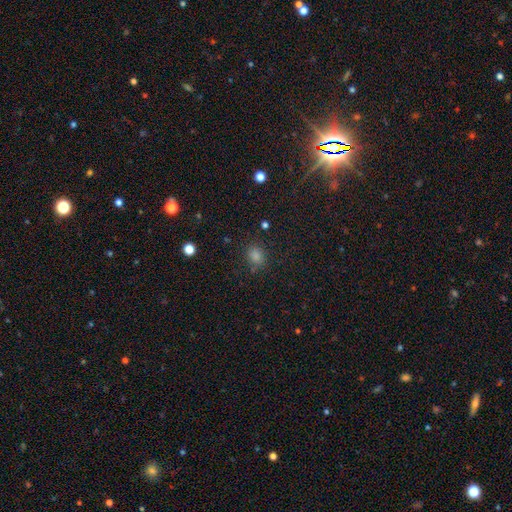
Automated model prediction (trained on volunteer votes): smooth 72%, star or artifact 23%, featured or disk 5%. Down the decision tree: how rounded — round (64%); merging — none (83%).